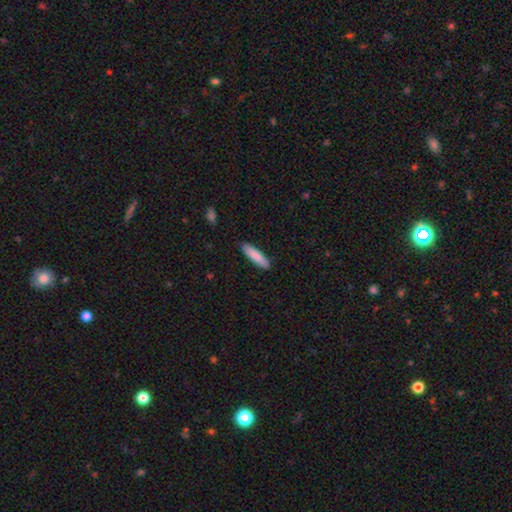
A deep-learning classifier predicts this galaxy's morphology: smooth 85%, featured or disk 10%, star or artifact 5%. Down the decision tree: how rounded — cigar-shaped (76%); merging — none (89%).